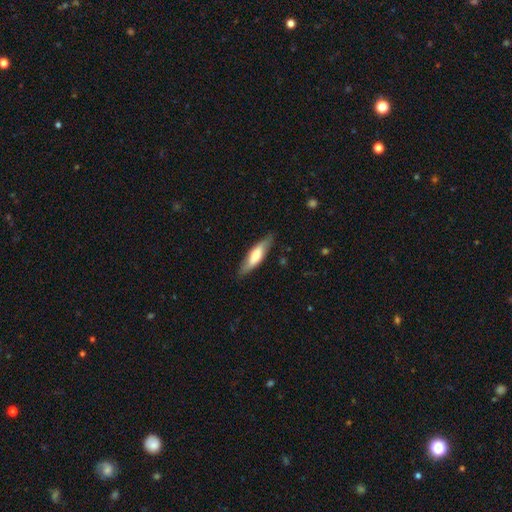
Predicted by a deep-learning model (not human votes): smooth-or-featured: smooth: 57% | featured or disk: 37% | star or artifact: 5%
  how-rounded: cigar-shaped: 64% | in between: 34% | round: 2%
  merging: none: 83% | minor disturbance: 13% | major disturbance: 2% | merger: 1%